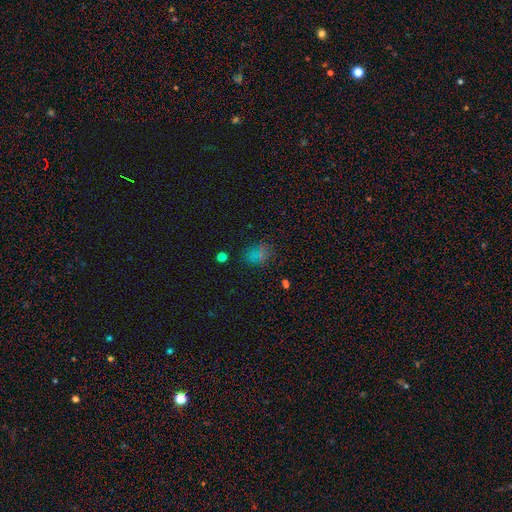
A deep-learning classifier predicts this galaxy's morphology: A smooth galaxy with no disk features (60%) that is round (50%). Merging: none (78%).